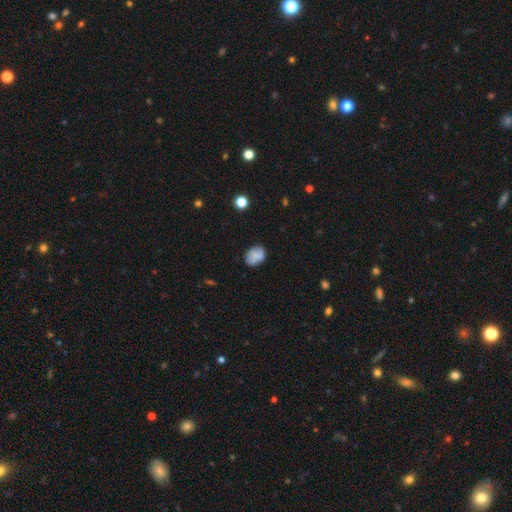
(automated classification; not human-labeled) Smooth or featured?
  - smooth: 77% *
  - featured or disk: 14%
  - star or artifact: 9%
How rounded?
  - in between: 67% *
  - round: 32%
  - cigar-shaped: 1%
Merging?
  - none: 71% *
  - minor disturbance: 21%
  - major disturbance: 4%
  - merger: 4%